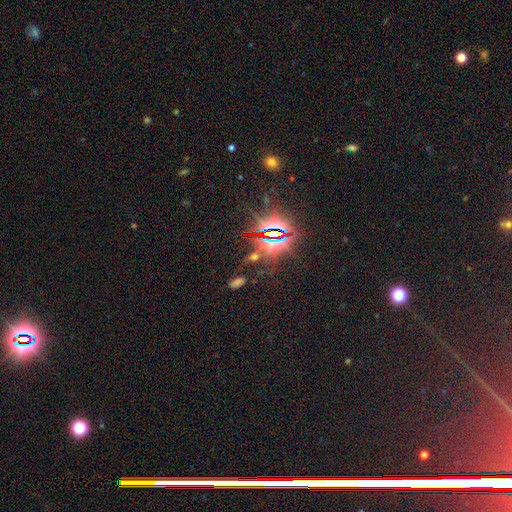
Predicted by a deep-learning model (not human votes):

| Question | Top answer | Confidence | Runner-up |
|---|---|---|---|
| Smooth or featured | star or artifact | 80% | smooth (12%) |